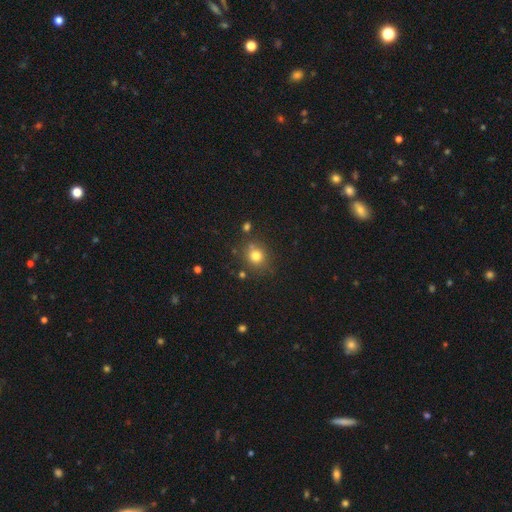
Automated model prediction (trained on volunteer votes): Smooth or featured? smooth (78%)
How rounded? round (82%)
Merging? none (77%)